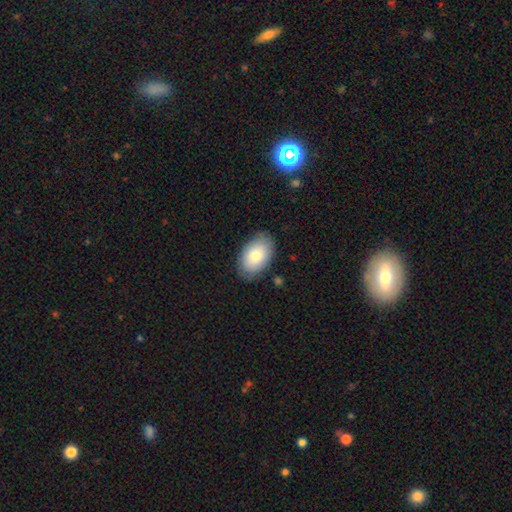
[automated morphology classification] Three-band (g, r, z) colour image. It shows a smooth galaxy with no disk features (80%) that is in between round and cigar-shaped (91%). Merging: none (84%).